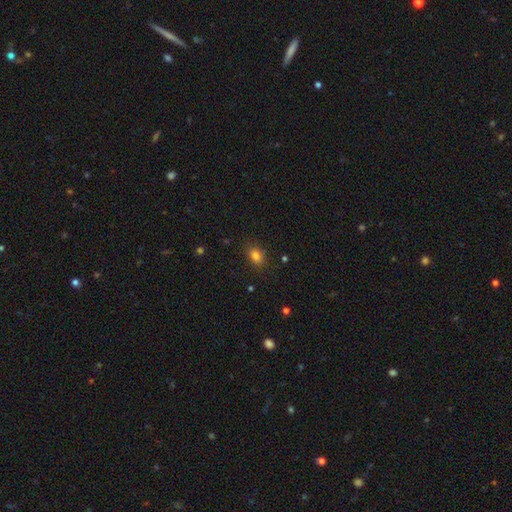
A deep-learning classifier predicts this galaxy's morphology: smooth-or-featured: smooth: 82% | star or artifact: 12% | featured or disk: 6%
  how-rounded: in between: 74% | round: 24% | cigar-shaped: 2%
  merging: none: 85% | minor disturbance: 11% | major disturbance: 3% | merger: 1%